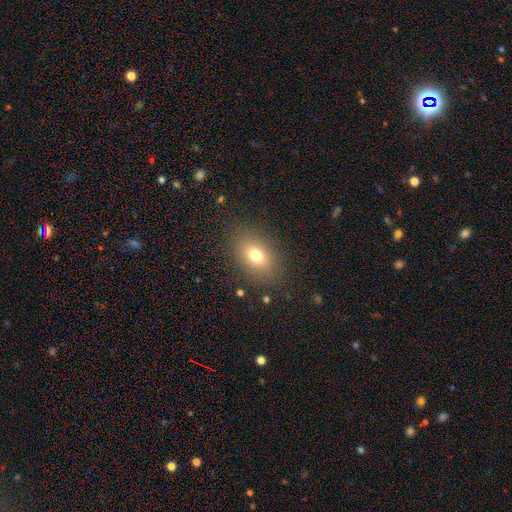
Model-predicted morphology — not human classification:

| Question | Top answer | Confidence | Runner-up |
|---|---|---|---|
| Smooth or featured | smooth | 73% | star or artifact (13%) |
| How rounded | in between | 72% | round (27%) |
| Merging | none | 83% | minor disturbance (11%) |